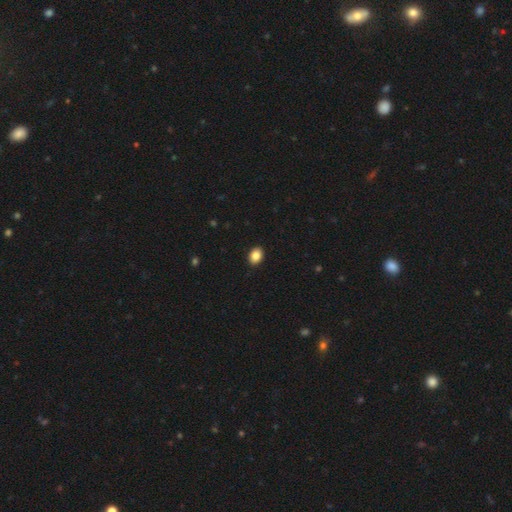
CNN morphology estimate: smooth 87%, star or artifact 9%, featured or disk 4%. Down the decision tree: how rounded — in between (67%); merging — none (91%).